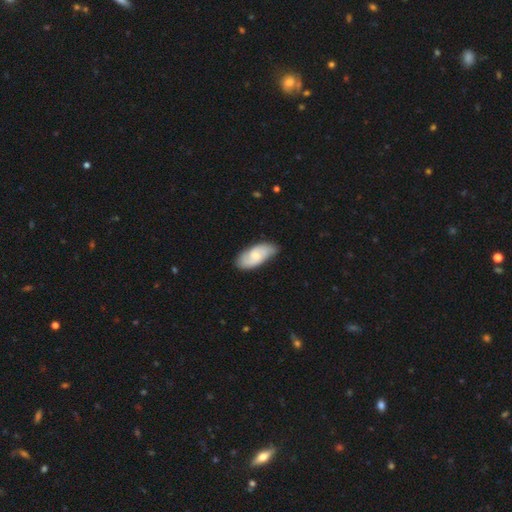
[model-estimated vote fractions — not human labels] smooth-or-featured: featured or disk: 54% | smooth: 41% | star or artifact: 6%
  disk-edge-on: no: 94% | yes: 6%
    bar: no: 50% | weak: 43% | strong: 7%
    has-spiral-arms: yes: 90% | no: 10%
    bulge-size: small: 47% | moderate: 38% | none: 10% | large: 4% | dominant: 1%
  merging: none: 78% | minor disturbance: 17% | major disturbance: 3% | merger: 1%